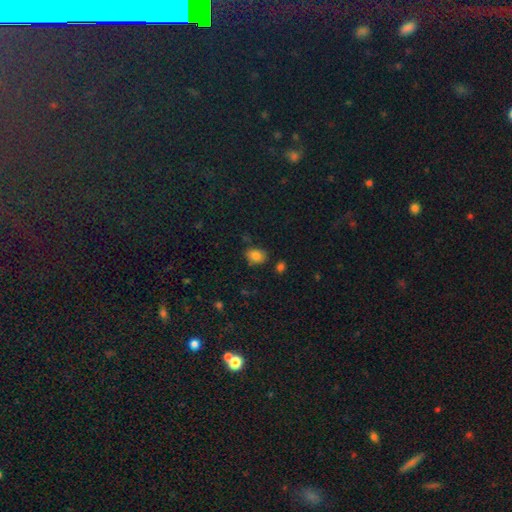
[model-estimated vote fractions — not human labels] smooth-or-featured: smooth: 82% | star or artifact: 11% | featured or disk: 6%
  how-rounded: in between: 59% | round: 40% | cigar-shaped: 1%
  merging: none: 72% | minor disturbance: 19% | merger: 4% | major disturbance: 4%